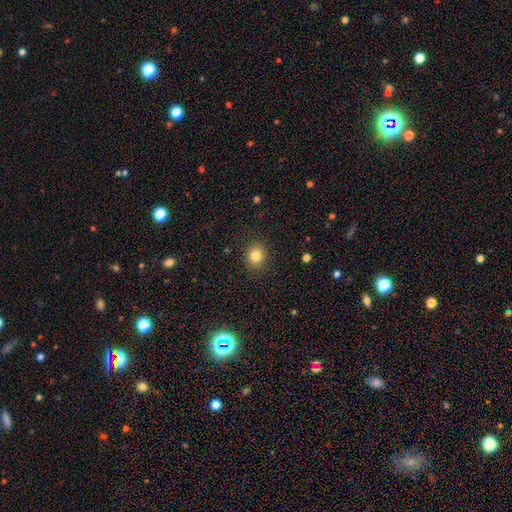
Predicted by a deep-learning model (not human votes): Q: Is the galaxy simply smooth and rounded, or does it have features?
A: smooth — 81%.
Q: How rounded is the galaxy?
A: round — 80%.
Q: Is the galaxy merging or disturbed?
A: none — 88%.